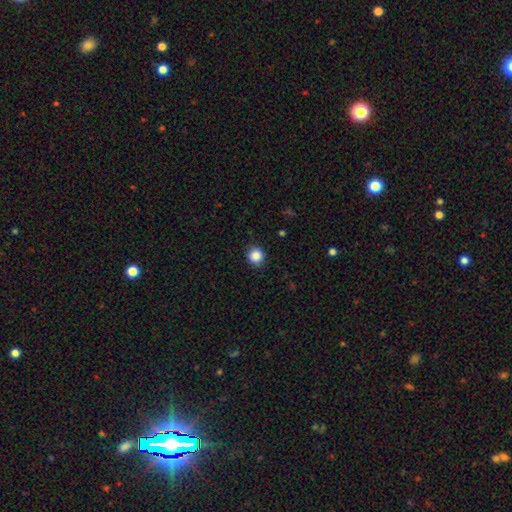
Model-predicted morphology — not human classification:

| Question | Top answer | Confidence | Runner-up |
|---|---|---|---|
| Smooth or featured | smooth | 87% | star or artifact (10%) |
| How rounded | round | 92% | in between (7%) |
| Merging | none | 90% | minor disturbance (7%) |